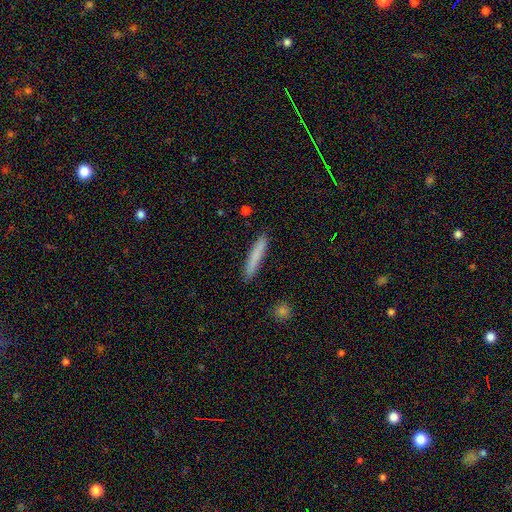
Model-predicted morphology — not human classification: This is likely a smooth galaxy (80%). How rounded: clearly cigar-shaped (94%). Merging: clearly none (90%).